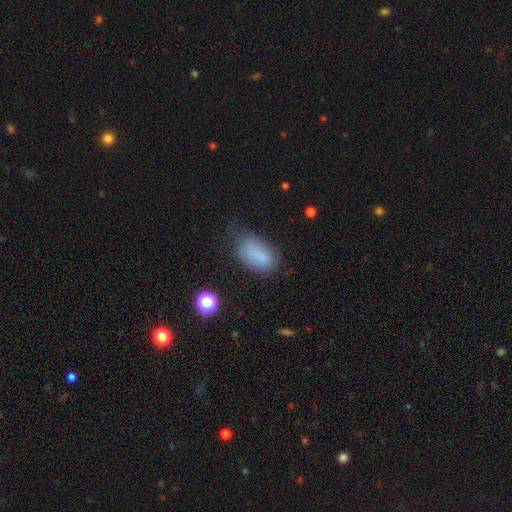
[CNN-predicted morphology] Smooth or featured? Predicted: smooth (p=0.80). How rounded? Predicted: in between (p=0.91). Merging? Predicted: none (p=0.48).